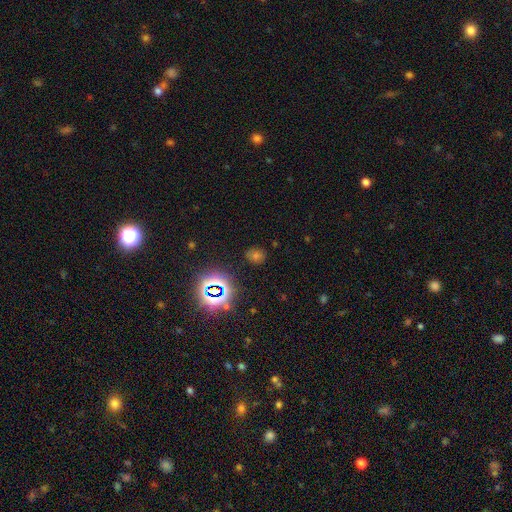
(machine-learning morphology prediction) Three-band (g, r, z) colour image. It shows a star or artifact, not a galaxy (48%).